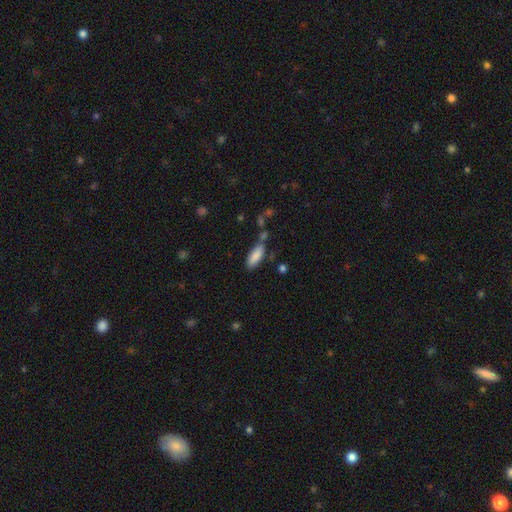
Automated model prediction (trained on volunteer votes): A smooth galaxy with no disk features (86%) that is in between round and cigar-shaped (73%).

Vote fractions:
- Smooth or featured? smooth: 86% / star or artifact: 7% / featured or disk: 7%
- How rounded? in between: 73% / cigar-shaped: 26% / round: 2%
- Merging? none: 66% / minor disturbance: 18% / merger: 11% / major disturbance: 5%